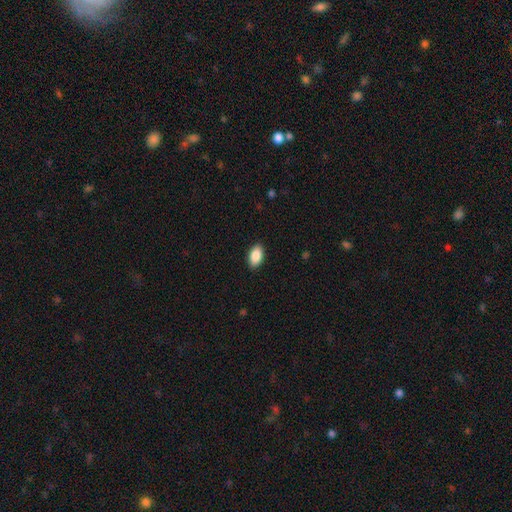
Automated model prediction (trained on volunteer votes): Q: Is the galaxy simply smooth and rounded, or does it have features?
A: smooth — 89%.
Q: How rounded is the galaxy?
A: in between — 93%.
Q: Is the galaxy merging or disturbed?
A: none — 90%.